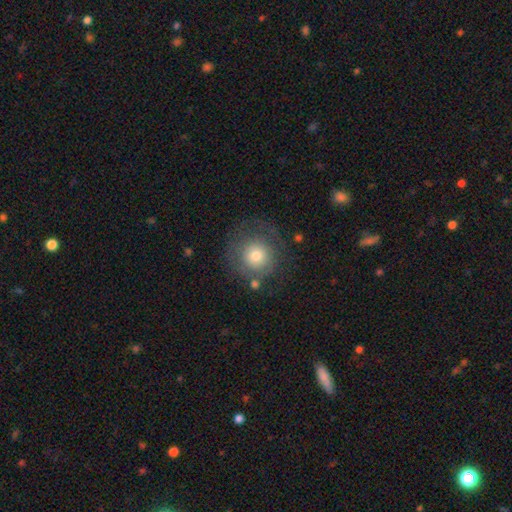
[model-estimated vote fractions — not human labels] Smooth or featured? smooth (66%)
How rounded? round (93%)
Merging? none (66%)